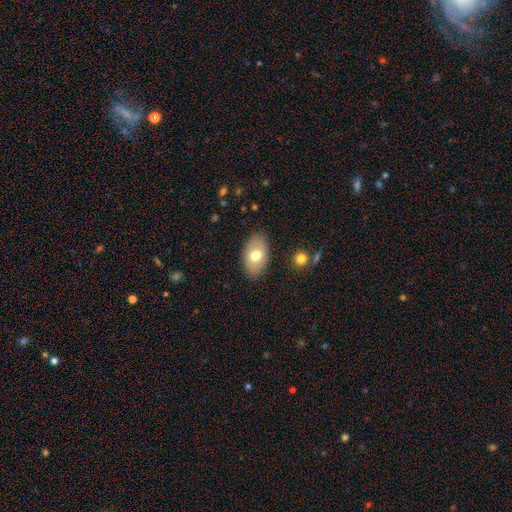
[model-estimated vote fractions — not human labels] smooth-or-featured: smooth: 70% | featured or disk: 23% | star or artifact: 7%
  how-rounded: in between: 92% | round: 7% | cigar-shaped: 1%
  merging: none: 85% | minor disturbance: 11% | major disturbance: 3% | merger: 1%